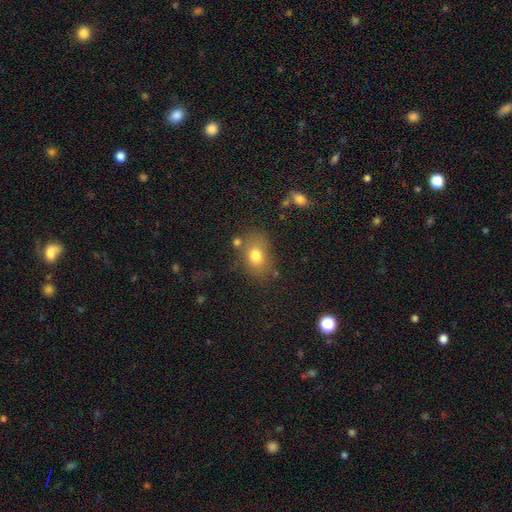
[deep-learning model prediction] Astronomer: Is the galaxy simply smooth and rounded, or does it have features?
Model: smooth — 76%.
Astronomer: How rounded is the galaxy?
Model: in between — 69%.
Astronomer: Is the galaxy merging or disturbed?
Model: none — 67%.